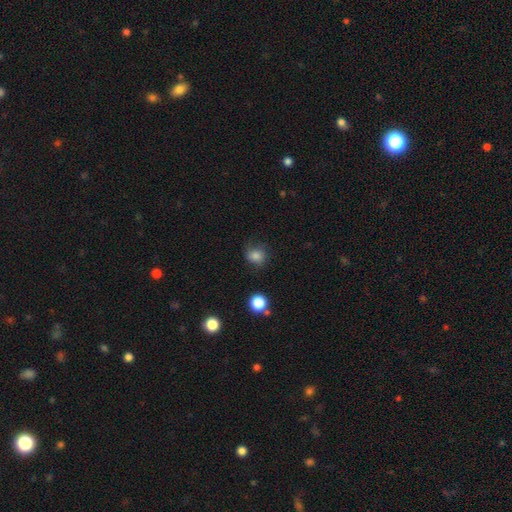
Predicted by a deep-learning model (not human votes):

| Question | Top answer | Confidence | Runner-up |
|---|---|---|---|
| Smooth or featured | smooth | 78% | star or artifact (13%) |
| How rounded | round | 80% | in between (19%) |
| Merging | none | 68% | minor disturbance (21%) |